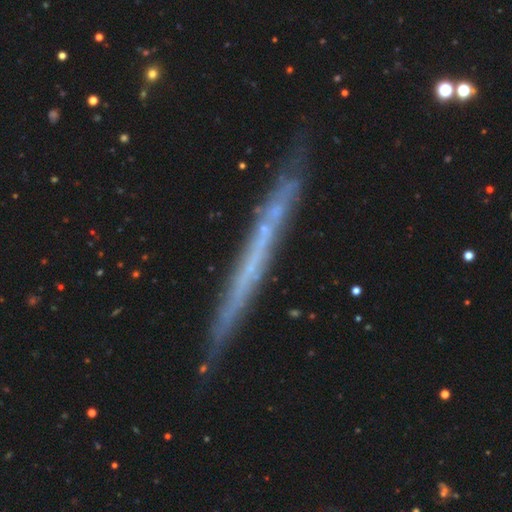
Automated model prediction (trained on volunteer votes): Smooth or featured? featured or disk (60%)
Edge-on disk? yes (94%)
Edge-on bulge? none (94%)
Merging? none (86%)